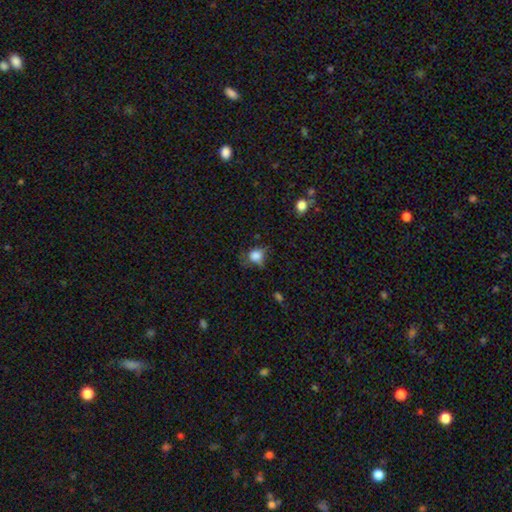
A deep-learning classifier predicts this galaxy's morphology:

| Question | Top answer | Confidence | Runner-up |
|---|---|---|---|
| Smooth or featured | smooth | 80% | star or artifact (11%) |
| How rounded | round | 69% | in between (30%) |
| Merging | none | 47% | minor disturbance (32%) |